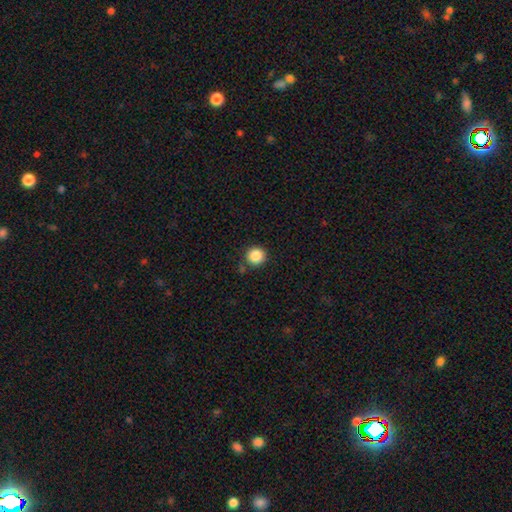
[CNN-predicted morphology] A smooth galaxy with no disk features (87%) that is round (93%).

Vote fractions:
- Smooth or featured? smooth: 87% / star or artifact: 10% / featured or disk: 3%
- How rounded? round: 93% / in between: 6% / cigar-shaped: 1%
- Merging? none: 83% / minor disturbance: 10% / merger: 4% / major disturbance: 3%